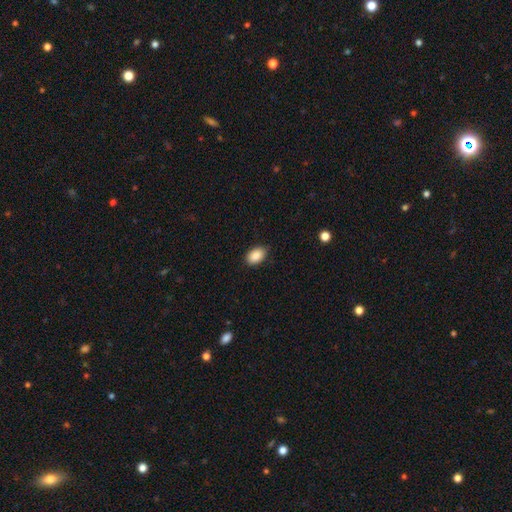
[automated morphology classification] The model was most divided on "merging": none: 83%, minor disturbance: 14%, major disturbance: 2%, merger: 1%. More confident: smooth or featured — smooth (89%); how rounded — in between (86%).